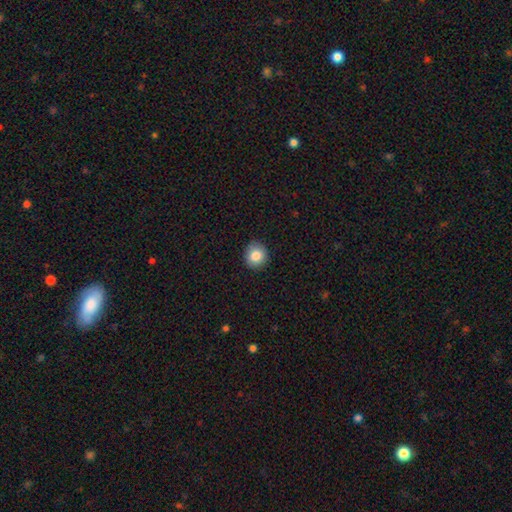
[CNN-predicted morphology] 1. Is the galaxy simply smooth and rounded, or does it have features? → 85% smooth, 9% star or artifact, 6% featured or disk.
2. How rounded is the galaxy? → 87% round, 12% in between, 1% cigar-shaped.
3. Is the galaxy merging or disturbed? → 90% none, 8% minor disturbance, 2% major disturbance, 1% merger.